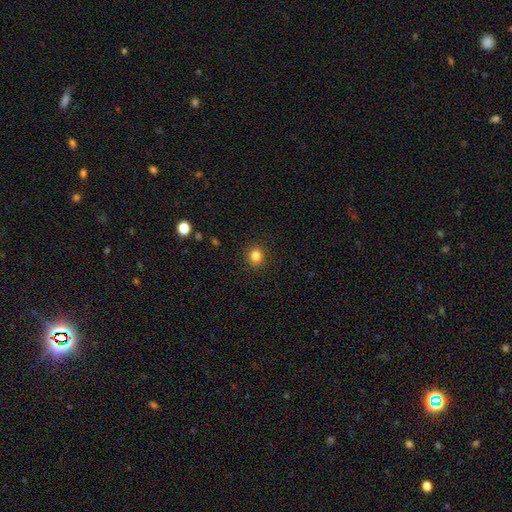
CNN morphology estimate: The model was most divided on "how rounded": round: 84%, in between: 15%, cigar-shaped: 1%. More confident: merging — none (90%); smooth or featured — smooth (83%).